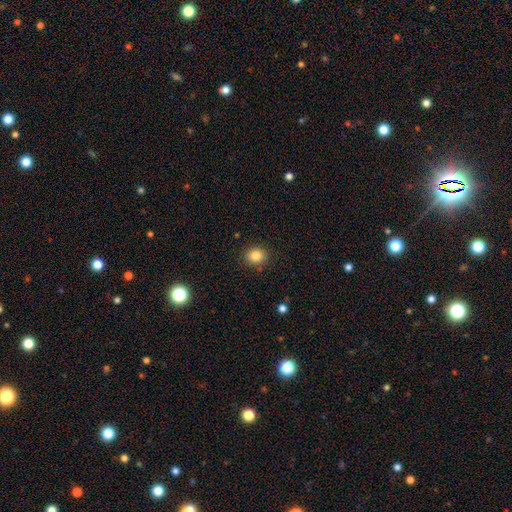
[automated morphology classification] A smooth galaxy with no disk features (83%) that is round (73%). Merging: none (89%).